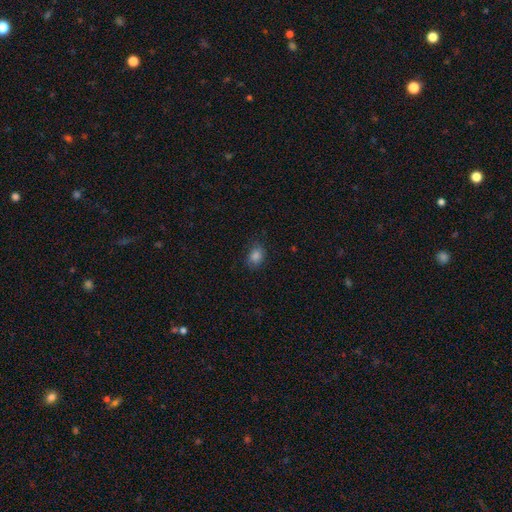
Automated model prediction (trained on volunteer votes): smooth_or_featured: smooth (p=0.83) [alt: star or artifact p=0.12]
how_rounded: in between (p=0.55) [alt: round p=0.44]
merging: none (p=0.79) [alt: minor disturbance p=0.16]